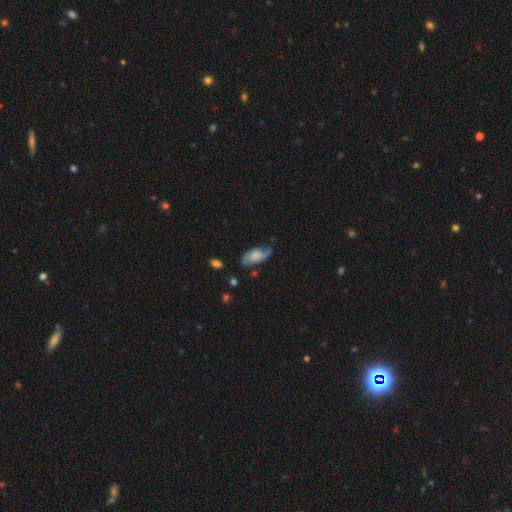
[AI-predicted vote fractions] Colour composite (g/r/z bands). It shows a featured or disk galaxy (57%) with no bar (67%), spiral arms (89%) and a small central bulge (34%). Merging: none (63%).